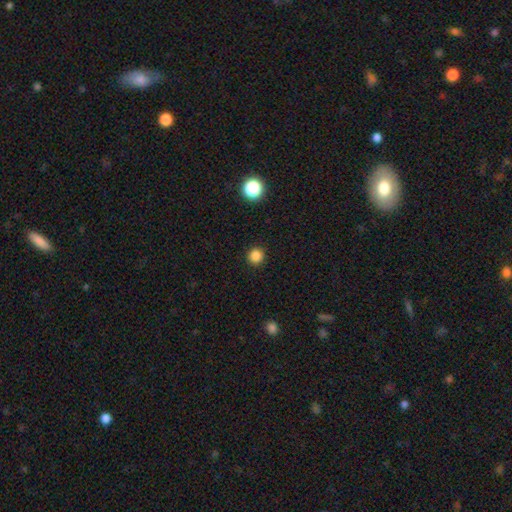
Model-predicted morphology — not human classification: Smooth or featured?
  - smooth: 84% *
  - star or artifact: 13%
  - featured or disk: 3%
How rounded?
  - round: 95% *
  - in between: 4%
  - cigar-shaped: 1%
Merging?
  - none: 92% *
  - minor disturbance: 5%
  - major disturbance: 2%
  - merger: 1%